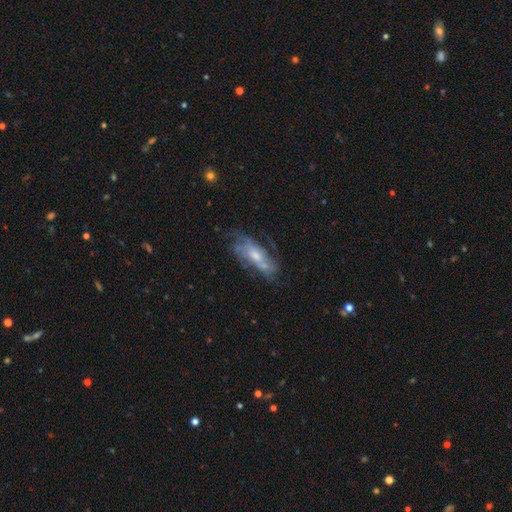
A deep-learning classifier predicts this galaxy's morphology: Overall: featured or disk (66%). Edge-on disk: no (83%). Bar: no (64%; weak 28%). Spiral arms: yes (72%). Bulge size: moderate (50%; small 35%). Merging: none (53%; minor disturbance 24%).